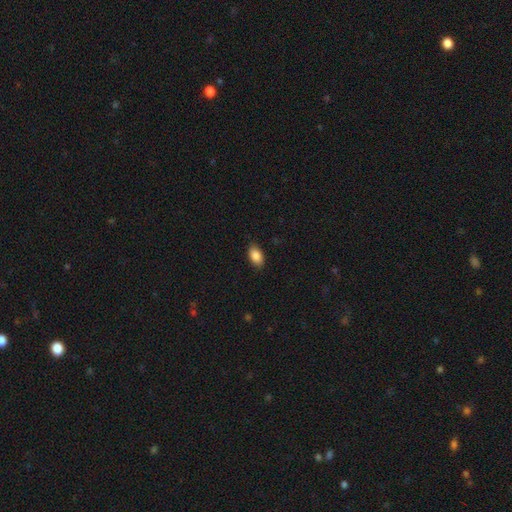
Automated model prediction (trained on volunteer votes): Smooth or featured? smooth (88%)
How rounded? in between (92%)
Merging? none (87%)